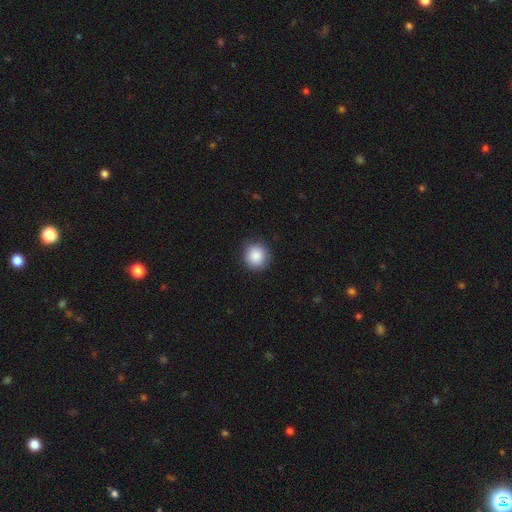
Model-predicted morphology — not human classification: A smooth galaxy with no disk features (88%) that is round (92%). Merging: none (89%).